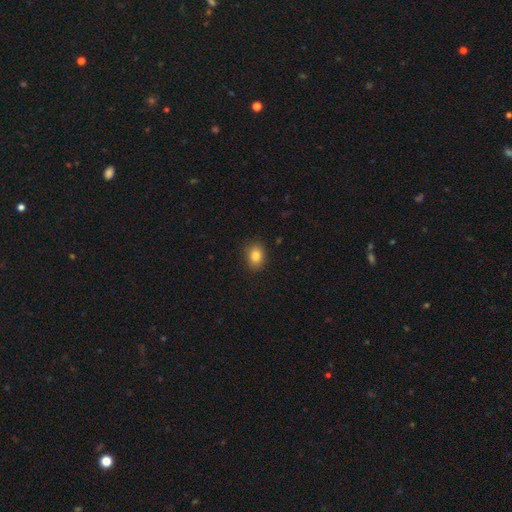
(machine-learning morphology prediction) smooth-or-featured: smooth: 84% | star or artifact: 10% | featured or disk: 6%
  how-rounded: in between: 60% | round: 39% | cigar-shaped: 1%
  merging: none: 88% | minor disturbance: 9% | major disturbance: 2% | merger: 1%